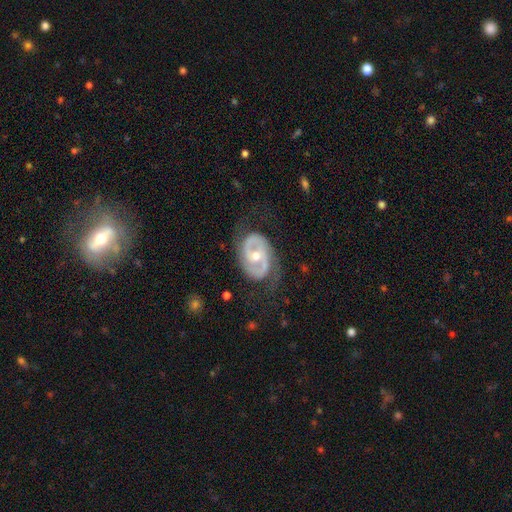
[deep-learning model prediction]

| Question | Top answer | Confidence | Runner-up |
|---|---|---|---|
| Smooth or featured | featured or disk | 85% | smooth (11%) |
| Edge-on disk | no | 96% | yes (4%) |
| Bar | no | 48% | weak (33%) |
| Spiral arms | yes | 89% | no (11%) |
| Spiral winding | medium | 44% | tight (35%) |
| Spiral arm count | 2 | 85% | can't tell (8%) |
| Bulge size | moderate | 60% | small (36%) |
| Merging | none | 67% | minor disturbance (19%) |